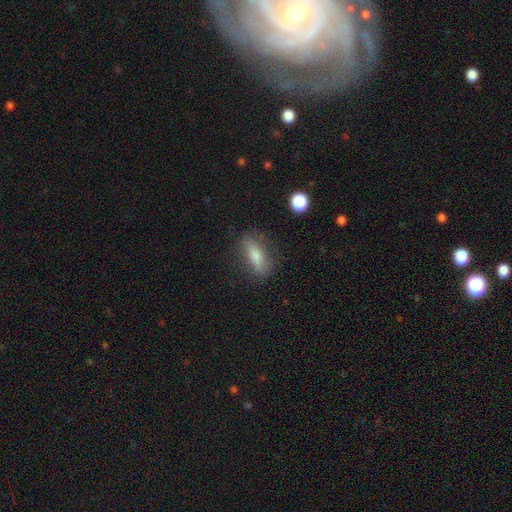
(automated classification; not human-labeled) A smooth galaxy with no disk features (71%) that is in between round and cigar-shaped (57%).

Vote fractions:
- Smooth or featured? smooth: 71% / featured or disk: 20% / star or artifact: 9%
- How rounded? in between: 57% / cigar-shaped: 39% / round: 5%
- Merging? none: 80% / minor disturbance: 14% / major disturbance: 4% / merger: 2%